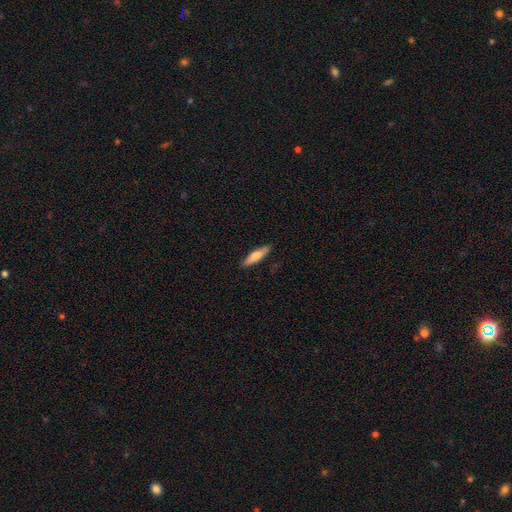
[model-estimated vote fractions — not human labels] Q: Smooth or featured?
A: smooth (69%); runner-up: featured or disk (26%)
Q: How rounded?
A: cigar-shaped (74%); runner-up: in between (24%)
Q: Merging?
A: none (86%); runner-up: minor disturbance (11%)